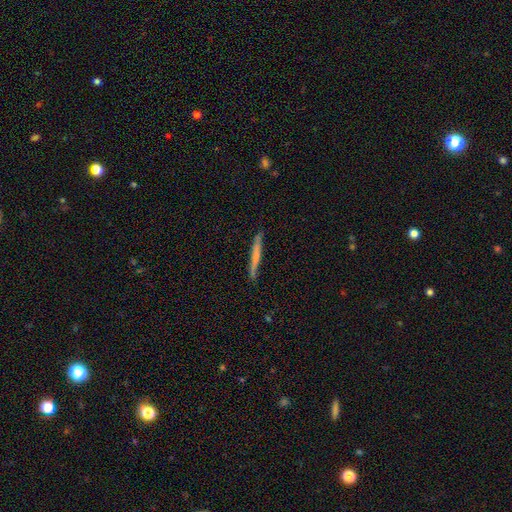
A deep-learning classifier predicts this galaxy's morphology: A smooth galaxy with no disk features (48%).

Vote fractions:
- Smooth or featured? smooth: 48% / featured or disk: 45% / star or artifact: 6%
- Merging? none: 85% / minor disturbance: 11% / major disturbance: 2% / merger: 2%